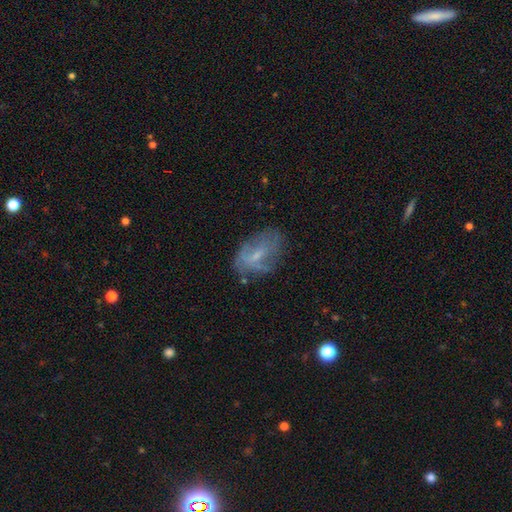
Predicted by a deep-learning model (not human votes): smooth_or_featured: featured or disk (p=0.49) [alt: smooth p=0.41]
merging: none (p=0.53) [alt: minor disturbance p=0.27]